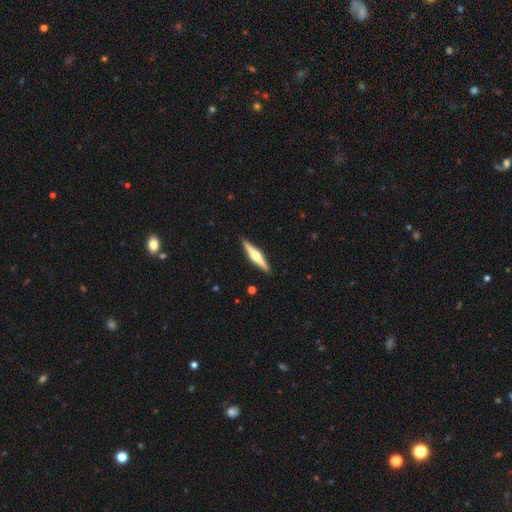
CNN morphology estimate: Q: Smooth or featured?
A: featured or disk (71%); runner-up: smooth (24%)
Q: Edge-on disk?
A: yes (98%); runner-up: no (2%)
Q: Edge-on bulge?
A: rounded (92%); runner-up: boxy (5%)
Q: Merging?
A: none (92%); runner-up: minor disturbance (6%)